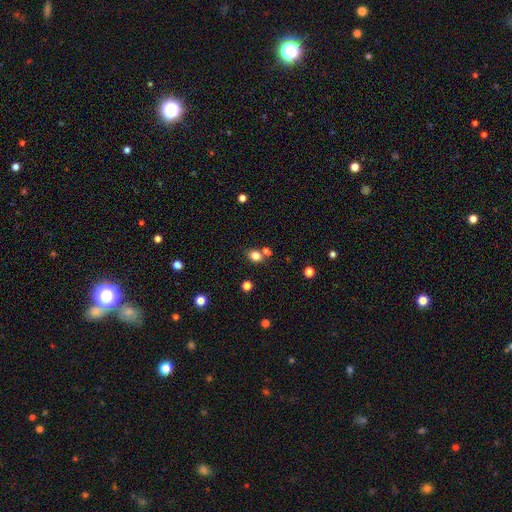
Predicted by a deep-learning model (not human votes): The model was most divided on "how rounded": in between: 52%, round: 47%, cigar-shaped: 1%. More confident: smooth or featured — smooth (80%); merging — none (63%).